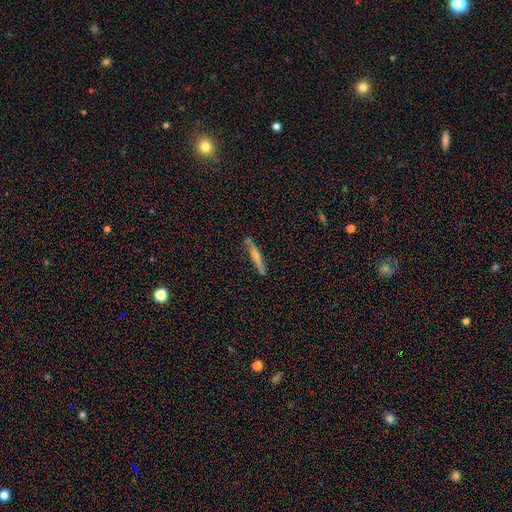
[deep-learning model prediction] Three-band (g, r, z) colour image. It shows a featured or disk galaxy (55%) viewed edge-on (95%) with a rounded central bulge (71%). Merging: none (84%).